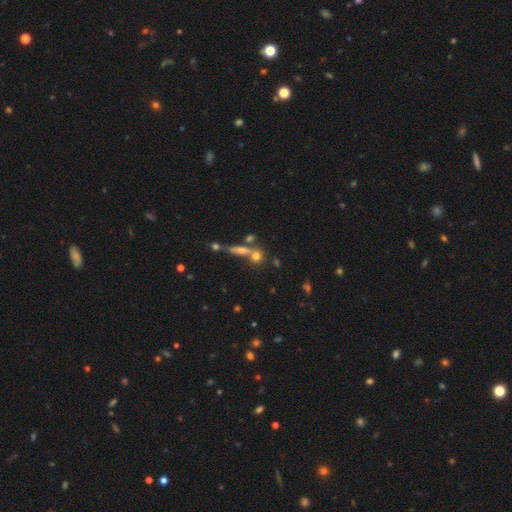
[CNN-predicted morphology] type=star or artifact (44%).